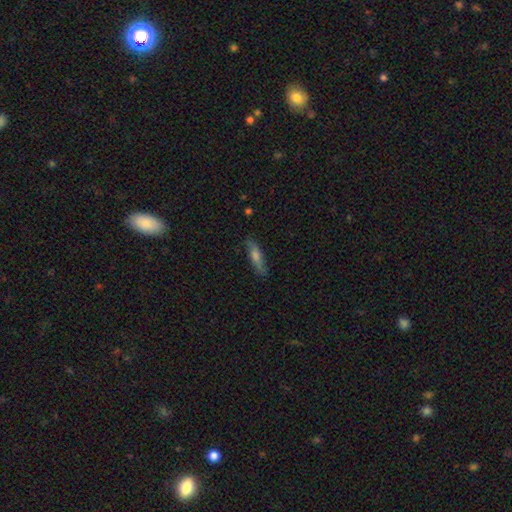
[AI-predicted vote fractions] Smooth or featured? smooth (52%)
How rounded? cigar-shaped (74%)
Merging? none (81%)